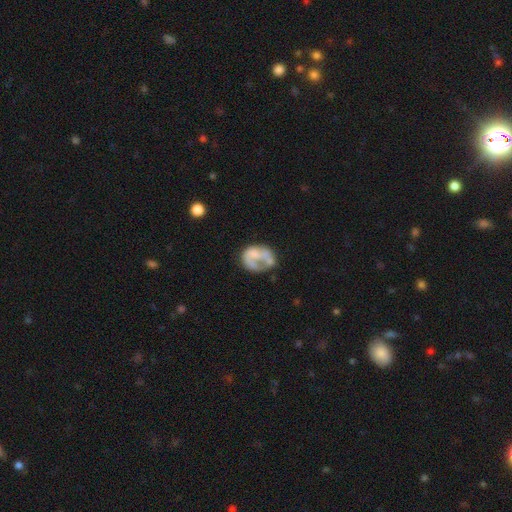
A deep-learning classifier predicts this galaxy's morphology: This appears to be a featured or disk galaxy (51%). Merging: none (36%).